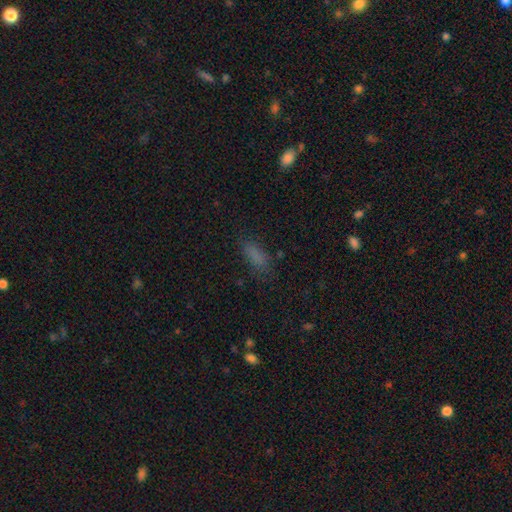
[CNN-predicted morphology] Overall: smooth (79%). How rounded: in between (68%; cigar-shaped 29%). Merging: none (73%).